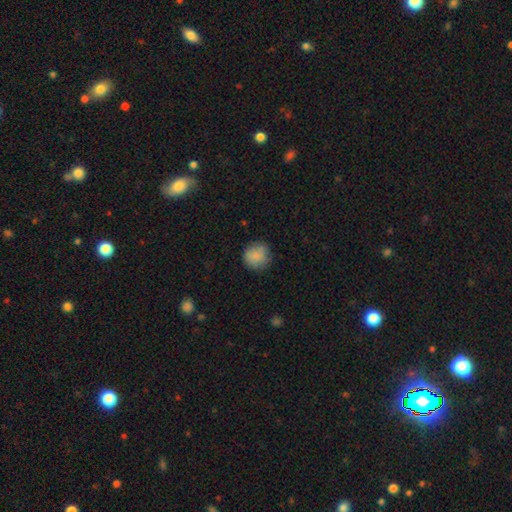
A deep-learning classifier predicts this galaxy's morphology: Smooth or featured: smooth — 86% (star or artifact — 8%)
How rounded: round — 90% (in between — 9%)
Merging: none — 81% (minor disturbance — 14%)